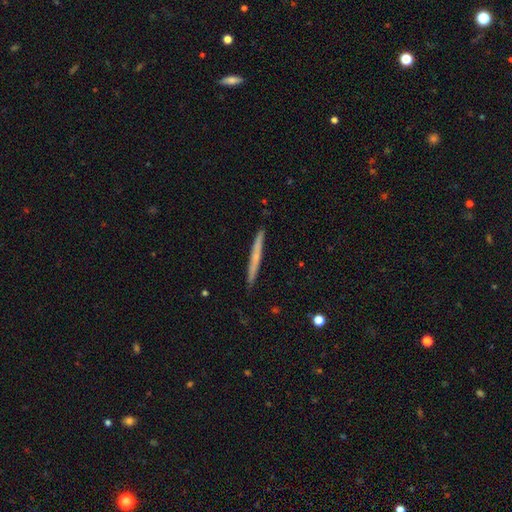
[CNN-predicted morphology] Smooth or featured?
  - smooth: 49% *
  - featured or disk: 45%
  - star or artifact: 6%
Merging?
  - none: 91% *
  - minor disturbance: 7%
  - major disturbance: 1%
  - merger: 1%